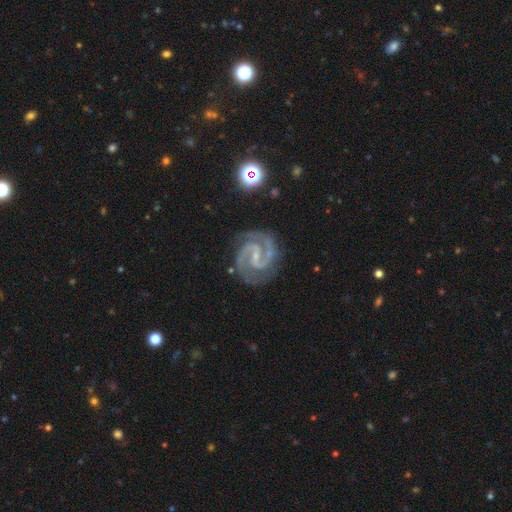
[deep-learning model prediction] Smooth or featured? Predicted: featured or disk (p=0.93). Edge-on disk? Predicted: no (p=0.98). Bar? Predicted: weak (p=0.49). Spiral arms? Predicted: yes (p=0.99). Spiral winding? Predicted: medium (p=0.58). Spiral arm count? Predicted: 2 (p=0.90). Bulge size? Predicted: small (p=0.70). Merging? Predicted: none (p=0.79).